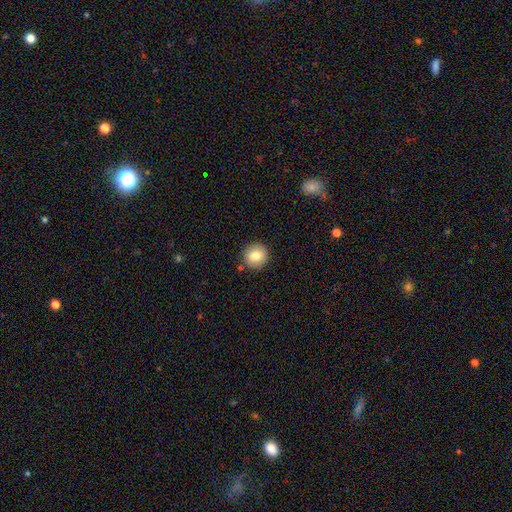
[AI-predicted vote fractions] Morphology: type=smooth (82%); roundness=round (93%); merging=none (87%).